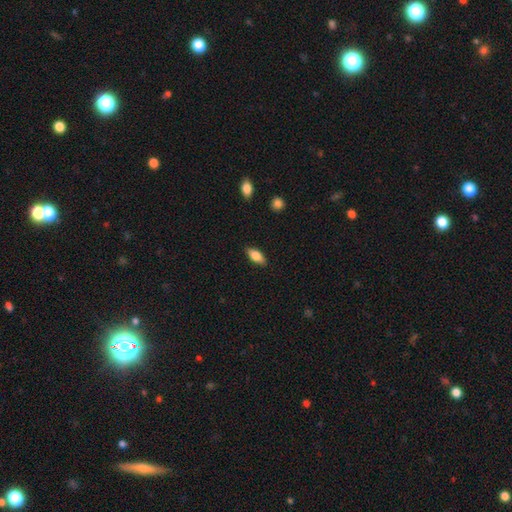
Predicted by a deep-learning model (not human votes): smooth 76%, featured or disk 18%, star or artifact 6%. Down the decision tree: how rounded — in between (80%); merging — none (87%).